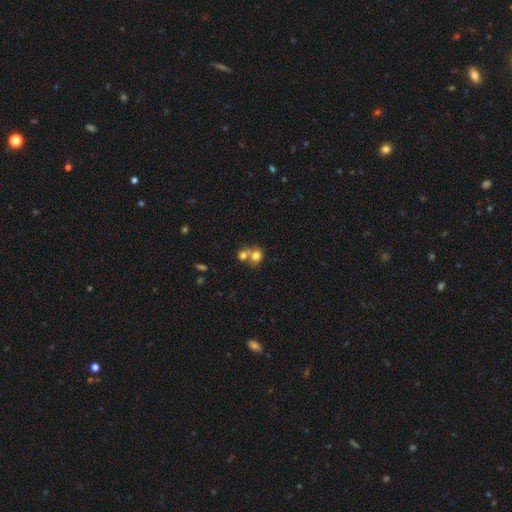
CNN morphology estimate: Overall: smooth (73%). How rounded: round (74%). Merging: merger (56%; none 34%).